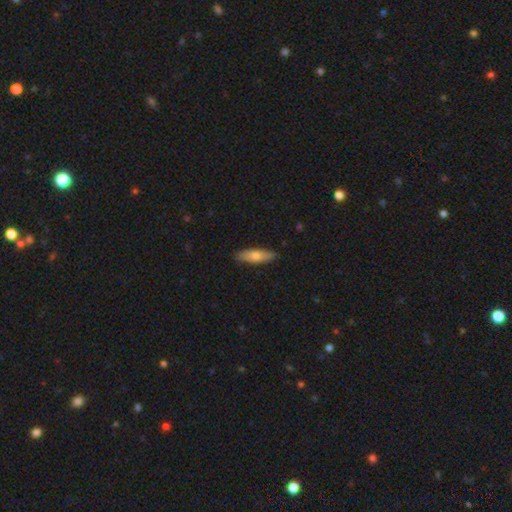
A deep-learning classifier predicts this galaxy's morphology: Smooth or featured? smooth (69%)
How rounded? cigar-shaped (50%)
Merging? none (89%)